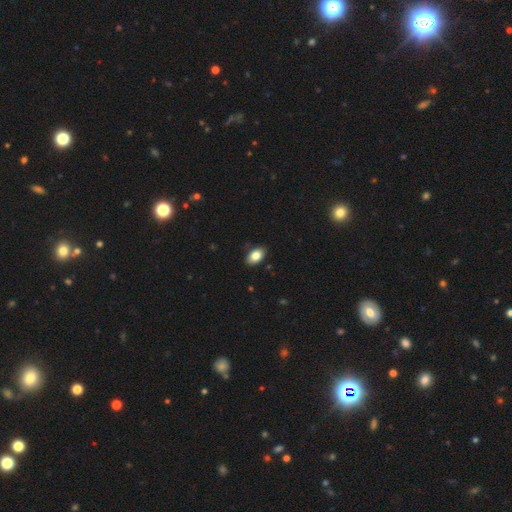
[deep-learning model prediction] Smooth or featured? smooth (84%)
How rounded? in between (91%)
Merging? none (87%)